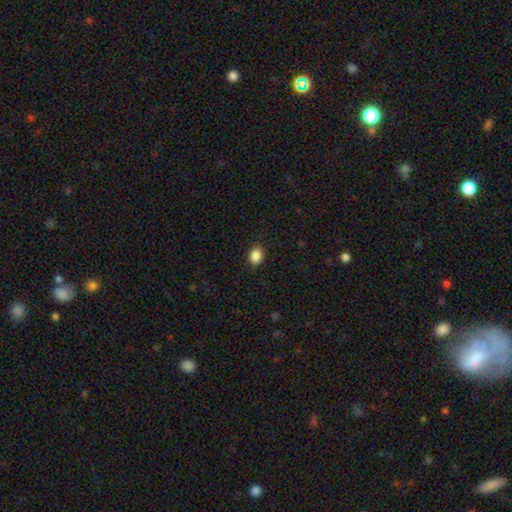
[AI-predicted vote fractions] Smooth or featured? Predicted: smooth (p=0.88). How rounded? Predicted: in between (p=0.63). Merging? Predicted: none (p=0.88).